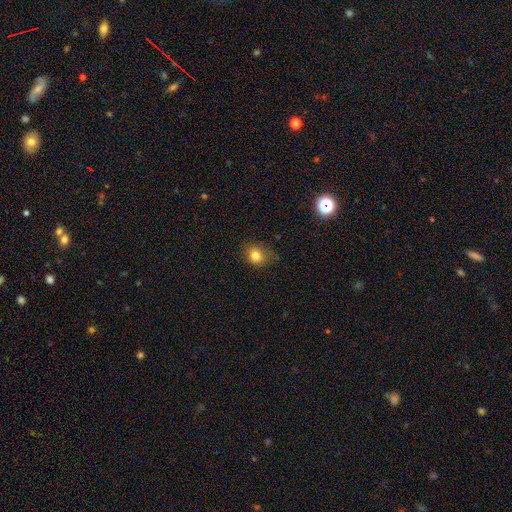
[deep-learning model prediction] Q: Smooth or featured?
A: smooth (81%); runner-up: star or artifact (12%)
Q: How rounded?
A: round (67%); runner-up: in between (32%)
Q: Merging?
A: none (72%); runner-up: minor disturbance (21%)